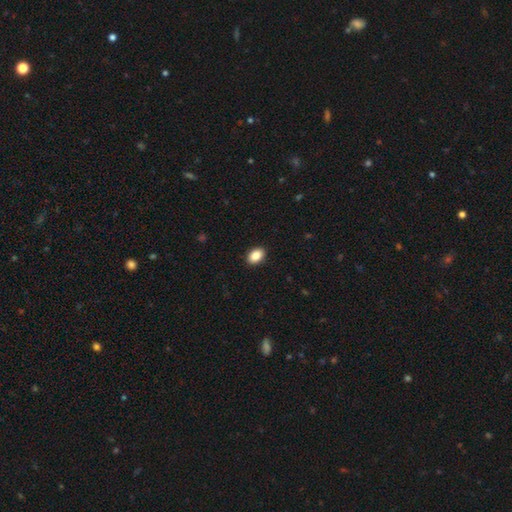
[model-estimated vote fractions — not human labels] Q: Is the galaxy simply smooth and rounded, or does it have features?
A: smooth — 88%.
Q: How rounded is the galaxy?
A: in between — 83%.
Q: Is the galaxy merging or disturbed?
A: none — 91%.